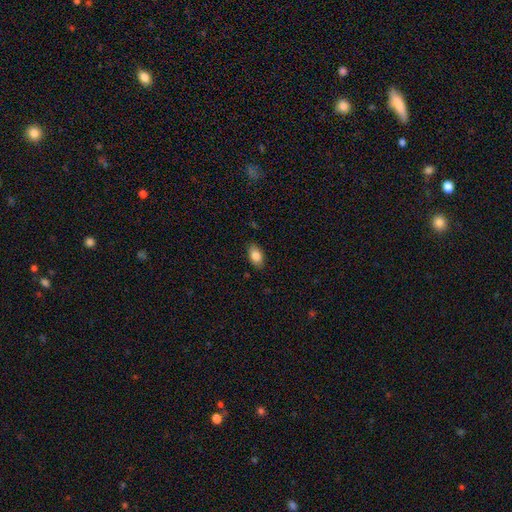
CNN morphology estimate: Smooth or featured? smooth (85%)
How rounded? in between (92%)
Merging? none (86%)